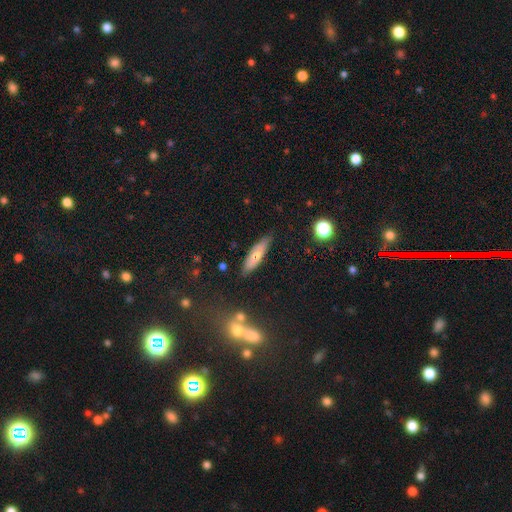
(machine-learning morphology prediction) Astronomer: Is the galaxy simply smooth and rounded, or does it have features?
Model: smooth — 61%.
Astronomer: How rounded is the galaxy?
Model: cigar-shaped — 62%.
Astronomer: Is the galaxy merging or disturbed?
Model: none — 78%.